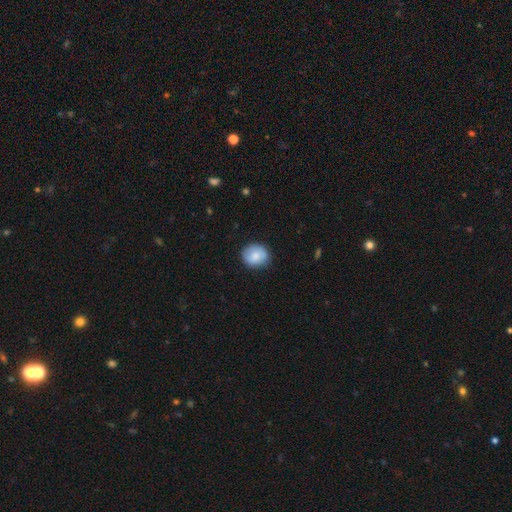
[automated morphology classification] Smooth or featured? smooth (82%)
How rounded? round (78%)
Merging? none (86%)